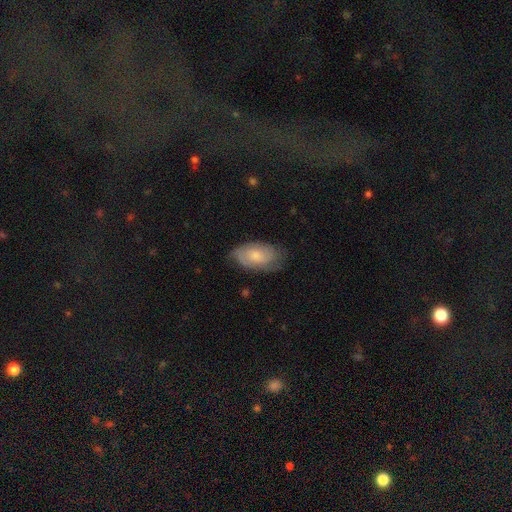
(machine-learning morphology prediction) Smooth or featured?
  - smooth: 56% *
  - featured or disk: 38%
  - star or artifact: 6%
How rounded?
  - in between: 93% *
  - round: 5%
  - cigar-shaped: 3%
Merging?
  - none: 67% *
  - minor disturbance: 25%
  - major disturbance: 7%
  - merger: 1%